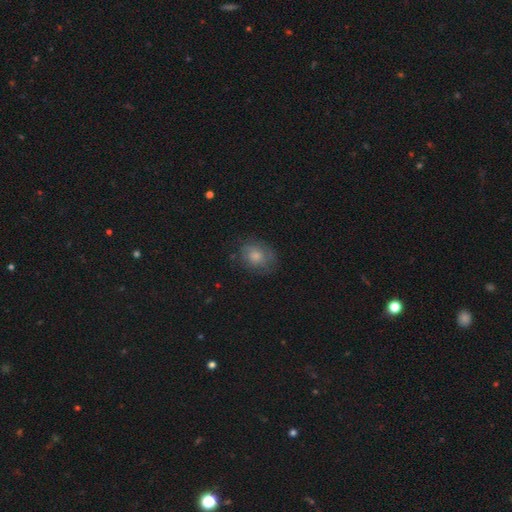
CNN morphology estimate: smooth-or-featured: smooth: 65% | featured or disk: 26% | star or artifact: 9%
  how-rounded: round: 53% | in between: 46% | cigar-shaped: 1%
  merging: none: 69% | minor disturbance: 21% | major disturbance: 9% | merger: 1%